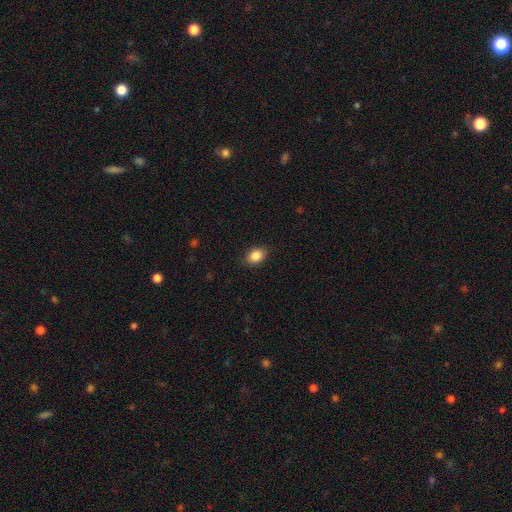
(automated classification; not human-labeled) Smooth or featured? smooth (87%)
How rounded? in between (76%)
Merging? none (88%)